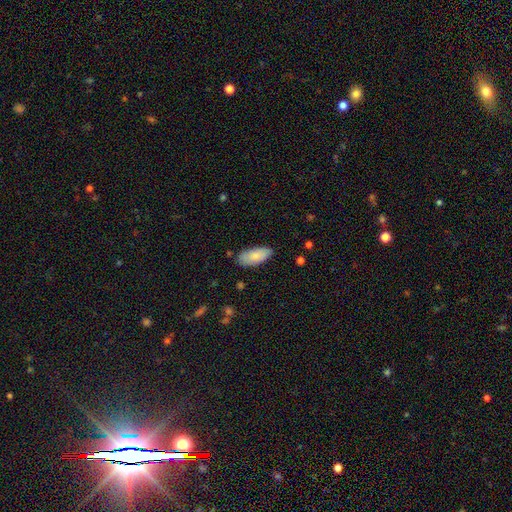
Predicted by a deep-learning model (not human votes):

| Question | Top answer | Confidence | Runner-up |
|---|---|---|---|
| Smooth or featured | smooth | 78% | featured or disk (16%) |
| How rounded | in between | 90% | cigar-shaped (8%) |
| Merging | none | 79% | minor disturbance (17%) |